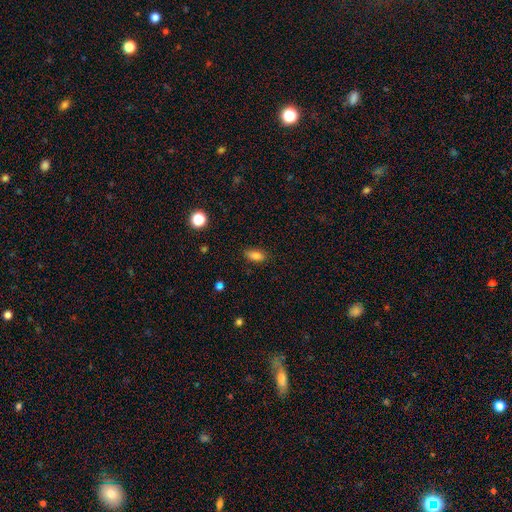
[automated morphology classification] smooth_or_featured: smooth (p=0.83) [alt: star or artifact p=0.10]
how_rounded: in between (p=0.86) [alt: cigar-shaped p=0.08]
merging: none (p=0.84) [alt: minor disturbance p=0.12]